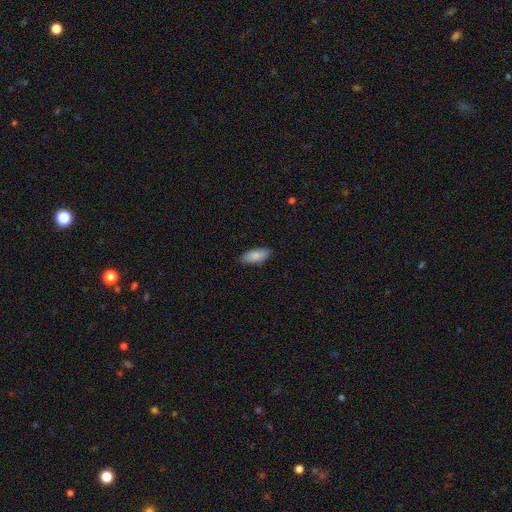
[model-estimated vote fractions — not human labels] Overall: smooth (88%). How rounded: in between (83%). Merging: none (87%).